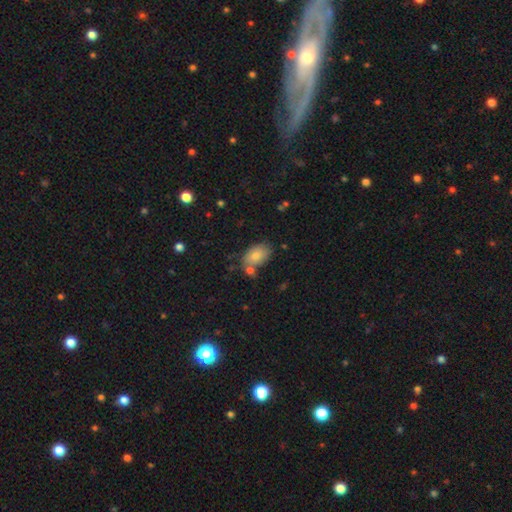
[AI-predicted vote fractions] Smooth or featured?
  - smooth: 79% *
  - featured or disk: 13%
  - star or artifact: 8%
How rounded?
  - in between: 88% *
  - round: 10%
  - cigar-shaped: 1%
Merging?
  - none: 65% *
  - minor disturbance: 17%
  - merger: 13%
  - major disturbance: 4%